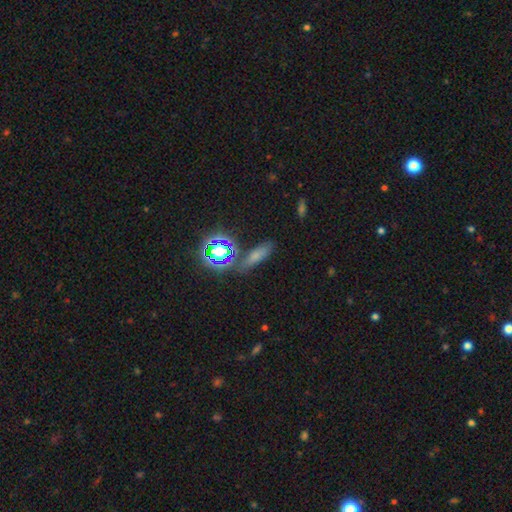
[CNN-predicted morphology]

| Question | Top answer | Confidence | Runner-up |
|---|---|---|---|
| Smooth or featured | smooth | 60% | star or artifact (27%) |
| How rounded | in between | 49% | cigar-shaped (42%) |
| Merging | none | 72% | minor disturbance (14%) |